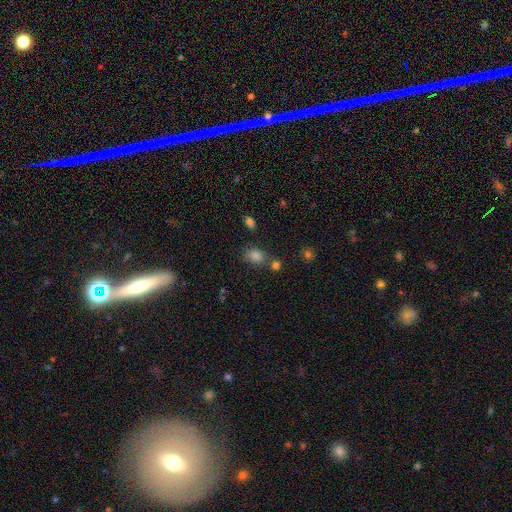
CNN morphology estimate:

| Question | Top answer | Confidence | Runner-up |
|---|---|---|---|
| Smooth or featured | smooth | 79% | star or artifact (15%) |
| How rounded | in between | 57% | round (42%) |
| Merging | none | 68% | minor disturbance (14%) |